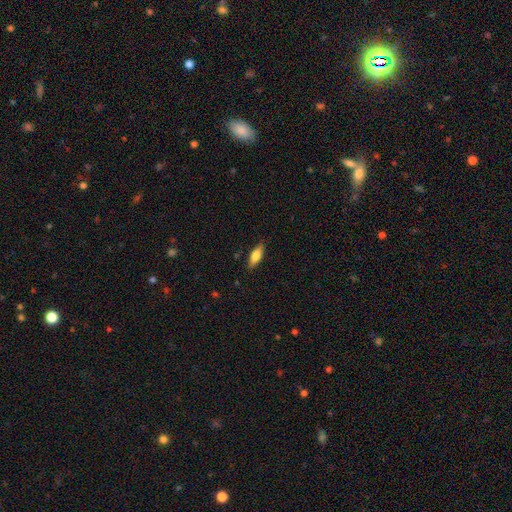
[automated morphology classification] Q: Smooth or featured?
A: smooth (72%); runner-up: featured or disk (22%)
Q: How rounded?
A: in between (66%); runner-up: cigar-shaped (32%)
Q: Merging?
A: none (85%); runner-up: minor disturbance (11%)